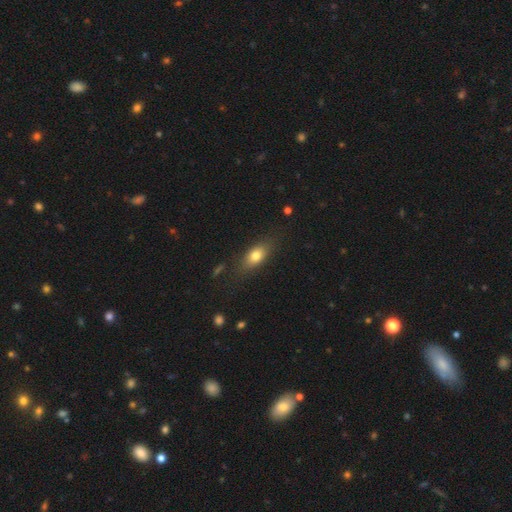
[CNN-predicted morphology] Q: Smooth or featured?
A: smooth (76%); runner-up: featured or disk (16%)
Q: How rounded?
A: in between (78%); runner-up: cigar-shaped (13%)
Q: Merging?
A: none (76%); runner-up: minor disturbance (16%)